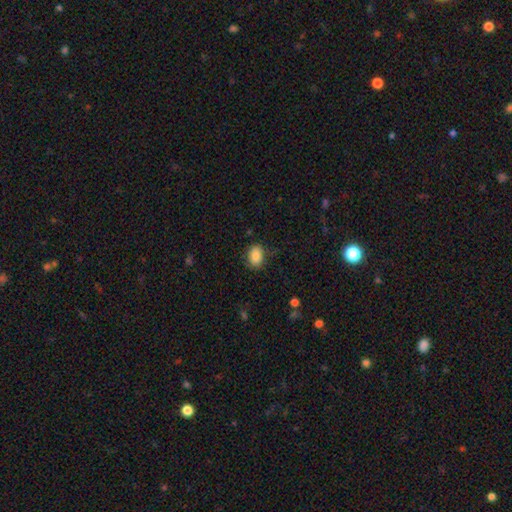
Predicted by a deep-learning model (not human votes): This is clearly a smooth galaxy (86%). How rounded: likely in between (77%). Merging: clearly none (82%).